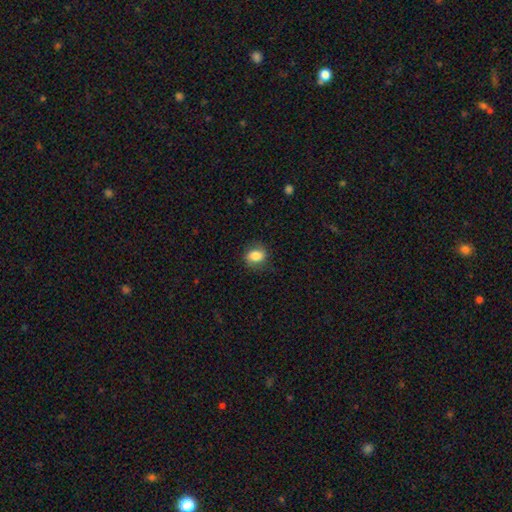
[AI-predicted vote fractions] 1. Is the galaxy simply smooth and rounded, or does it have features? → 81% smooth, 11% featured or disk, 9% star or artifact.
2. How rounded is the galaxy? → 60% in between, 38% round, 2% cigar-shaped.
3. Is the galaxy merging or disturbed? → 77% none, 16% minor disturbance, 5% major disturbance, 1% merger.